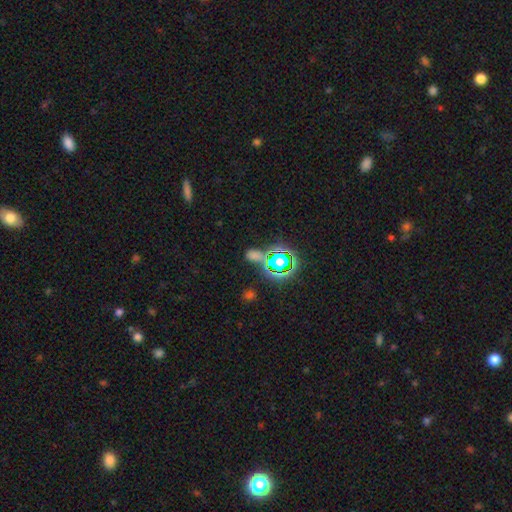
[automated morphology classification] Smooth or featured? Predicted: star or artifact (p=0.56).